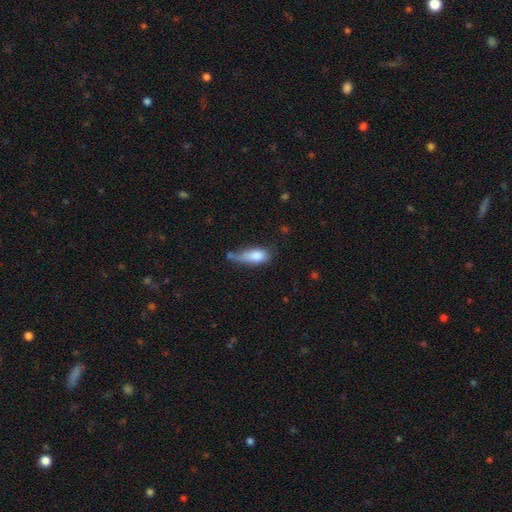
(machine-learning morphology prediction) A smooth galaxy with no disk features (77%) that is in between round and cigar-shaped (64%).

Vote fractions:
- Smooth or featured? smooth: 77% / featured or disk: 15% / star or artifact: 8%
- How rounded? in between: 64% / cigar-shaped: 32% / round: 4%
- Merging? minor disturbance: 32% / none: 28% / major disturbance: 23% / merger: 17%